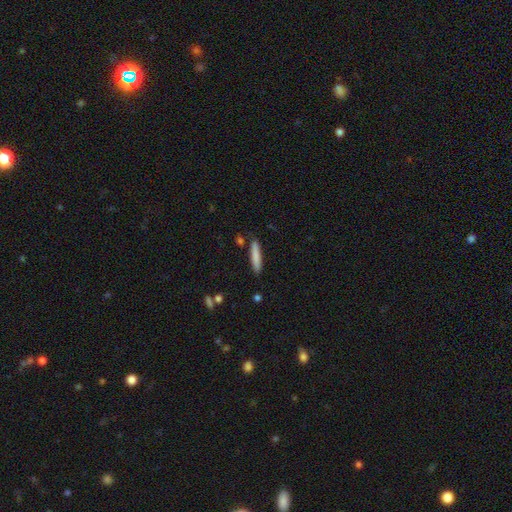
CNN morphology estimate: smooth-or-featured: smooth: 81% | featured or disk: 13% | star or artifact: 6%
  how-rounded: cigar-shaped: 90% | in between: 8% | round: 1%
  merging: none: 86% | minor disturbance: 9% | merger: 3% | major disturbance: 2%